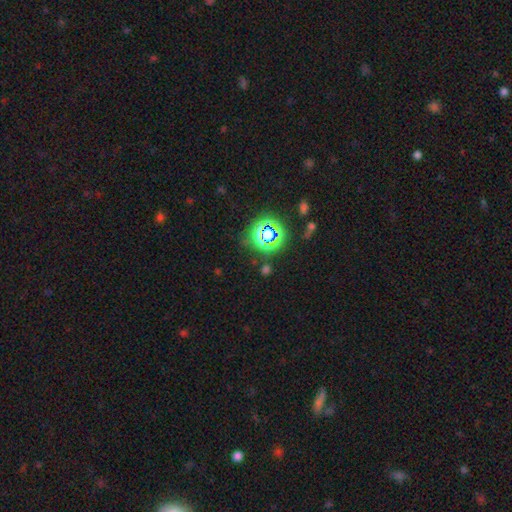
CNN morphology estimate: Overall: star or artifact (76%).